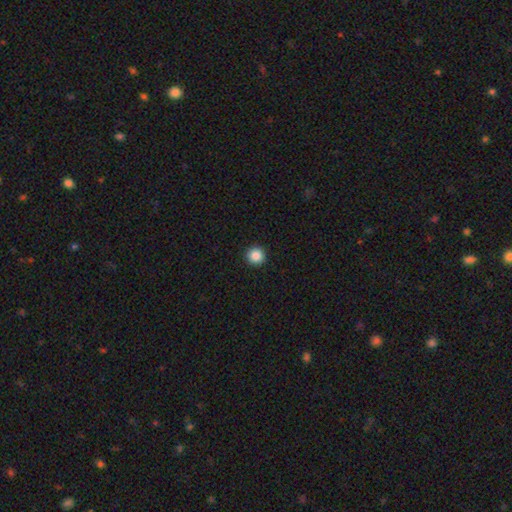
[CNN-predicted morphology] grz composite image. It shows a smooth galaxy with no disk features (88%) that is round (96%). Merging: none (94%).